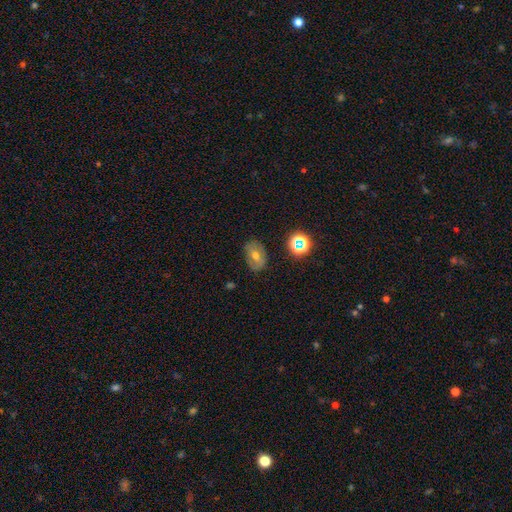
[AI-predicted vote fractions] smooth-or-featured: smooth: 49% | featured or disk: 37% | star or artifact: 14%
  merging: none: 80% | minor disturbance: 14% | major disturbance: 4% | merger: 2%